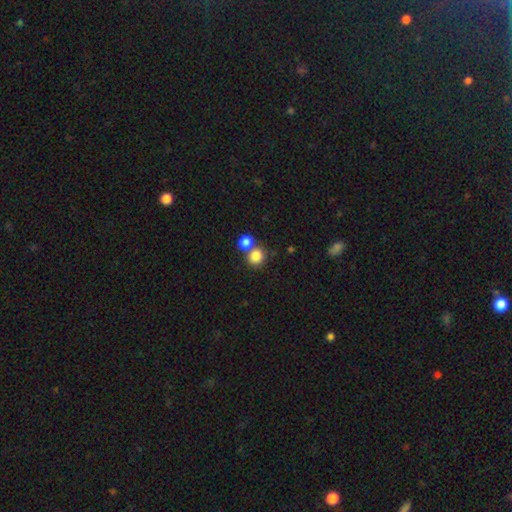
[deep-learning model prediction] This is clearly a smooth galaxy (83%). How rounded: clearly round (84%). Merging: possibly none (52%).